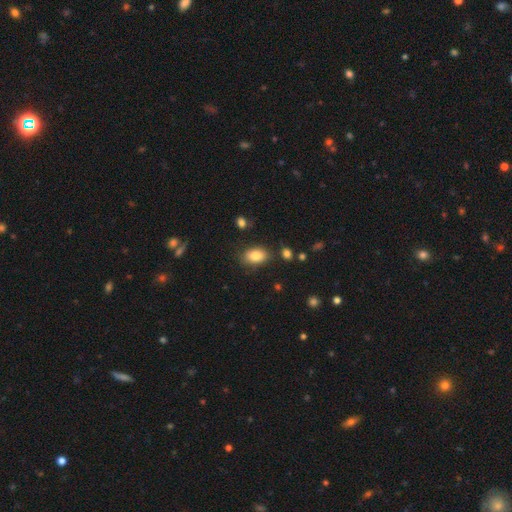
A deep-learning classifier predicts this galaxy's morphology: A smooth galaxy with no disk features (84%) that is in between round and cigar-shaped (89%).

Vote fractions:
- Smooth or featured? smooth: 84% / featured or disk: 8% / star or artifact: 8%
- How rounded? in between: 89% / round: 10% / cigar-shaped: 2%
- Merging? none: 80% / minor disturbance: 14% / major disturbance: 3% / merger: 3%